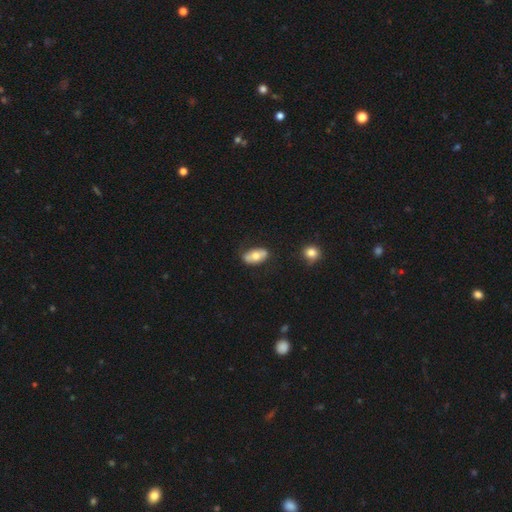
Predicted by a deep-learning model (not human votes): Smooth or featured? Predicted: smooth (p=0.64). How rounded? Predicted: in between (p=0.90). Merging? Predicted: none (p=0.75).